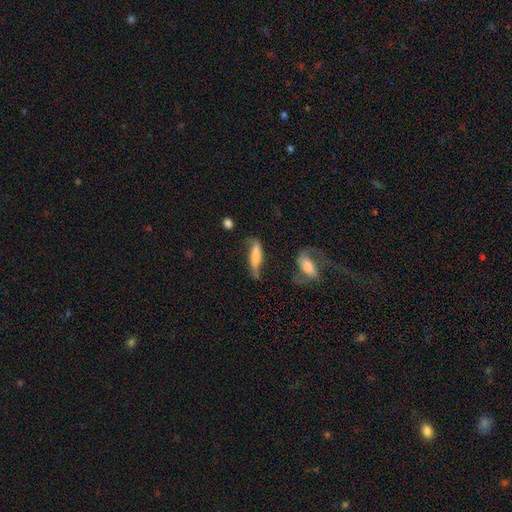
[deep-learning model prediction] Q: Smooth or featured?
A: smooth (63%); runner-up: featured or disk (30%)
Q: How rounded?
A: cigar-shaped (71%); runner-up: in between (27%)
Q: Merging?
A: none (47%); runner-up: minor disturbance (30%)